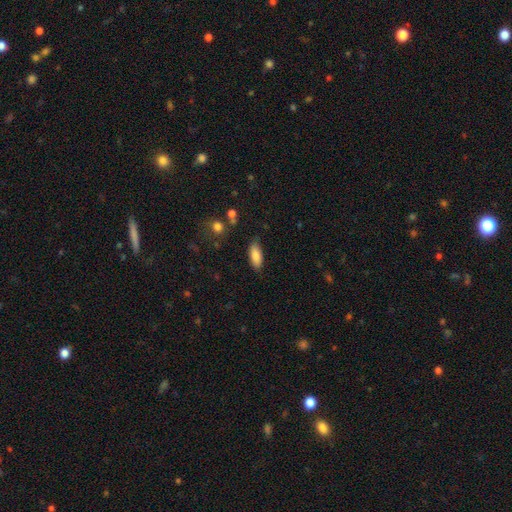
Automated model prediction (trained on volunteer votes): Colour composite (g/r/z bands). It shows a smooth galaxy with no disk features (85%) that is in between round and cigar-shaped (80%). Merging: none (80%).